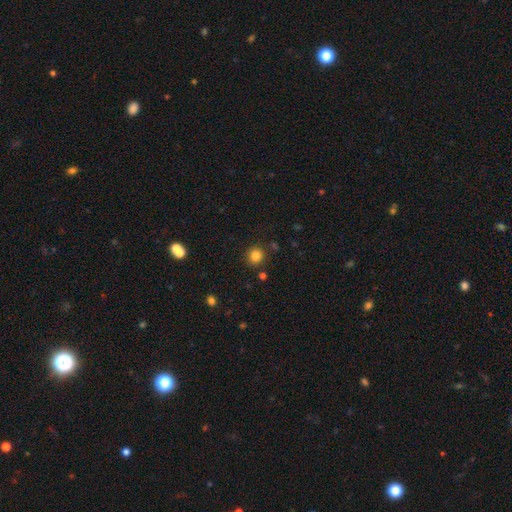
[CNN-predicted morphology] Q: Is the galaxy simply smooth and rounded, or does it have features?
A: smooth — 82%.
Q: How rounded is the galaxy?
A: round — 93%.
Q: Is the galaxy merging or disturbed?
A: none — 88%.